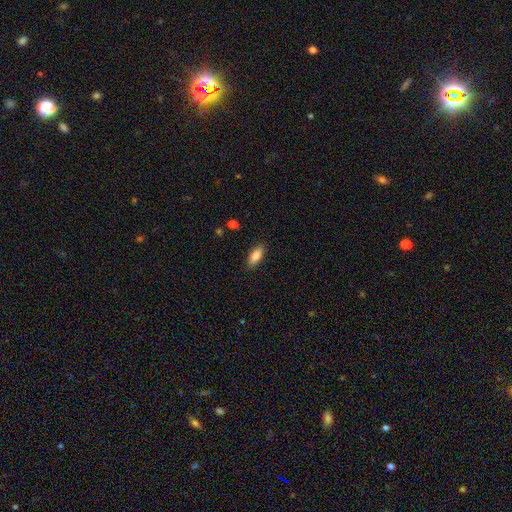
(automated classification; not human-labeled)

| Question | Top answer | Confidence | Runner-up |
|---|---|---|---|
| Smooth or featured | smooth | 84% | featured or disk (9%) |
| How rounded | in between | 79% | cigar-shaped (19%) |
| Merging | none | 87% | minor disturbance (10%) |